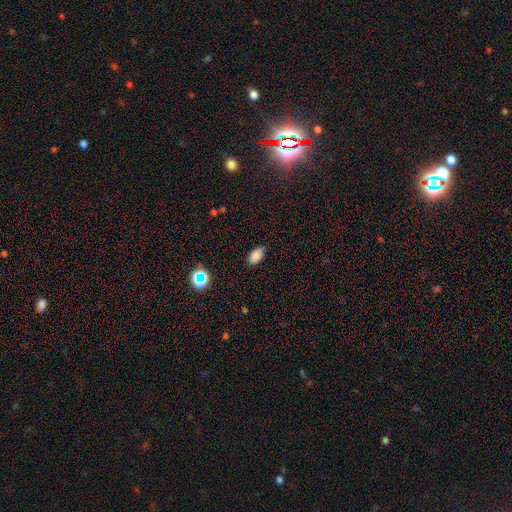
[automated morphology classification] This appears to be a smooth galaxy with no disk features (84%) that is in between round and cigar-shaped (92%). Merging: none (85%).